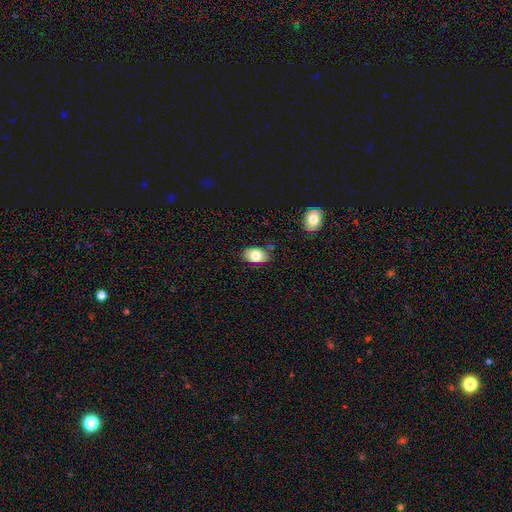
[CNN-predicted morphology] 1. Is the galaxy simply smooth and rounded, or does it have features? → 79% smooth, 13% featured or disk, 8% star or artifact.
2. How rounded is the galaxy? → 88% in between, 11% round, 1% cigar-shaped.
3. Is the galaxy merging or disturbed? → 74% none, 20% minor disturbance, 4% major disturbance, 3% merger.